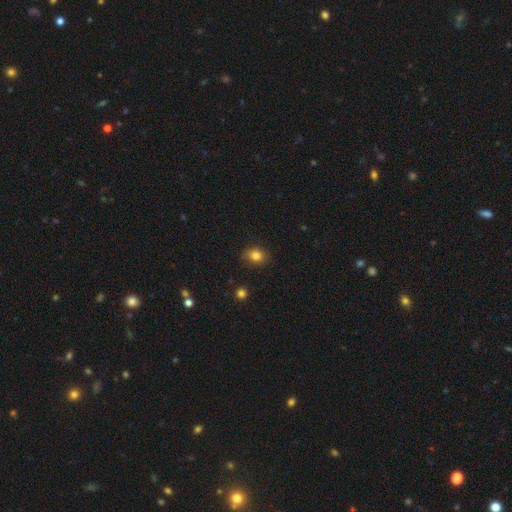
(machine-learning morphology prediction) This is clearly a smooth galaxy (82%). How rounded: possibly round (53%). Merging: clearly none (80%).